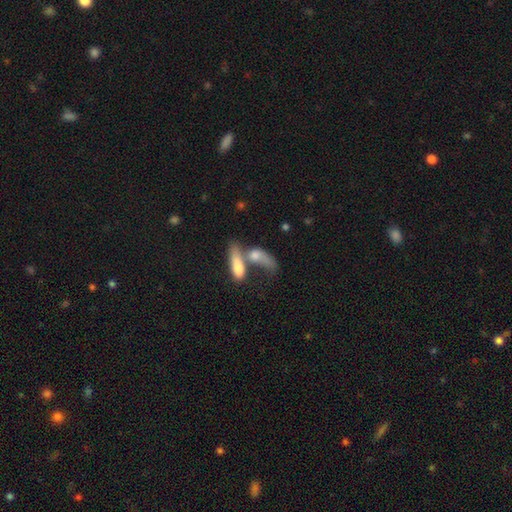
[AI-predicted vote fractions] This appears to be a smooth galaxy with no disk features (64%) that is in between round and cigar-shaped (60%). Merging: merger (65%).